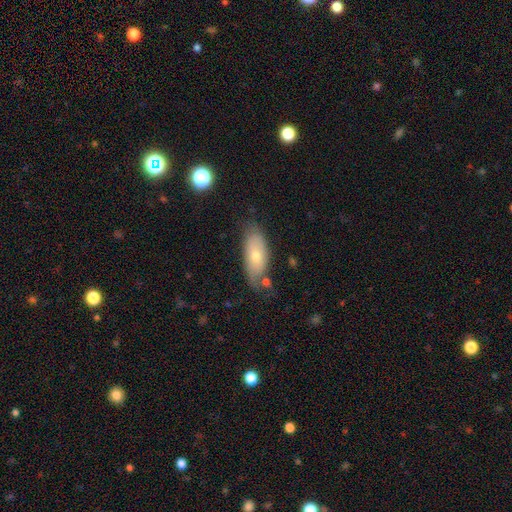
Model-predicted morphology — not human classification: smooth 64%, featured or disk 29%, star or artifact 7%. Down the decision tree: how rounded — in between (83%); merging — none (64%).